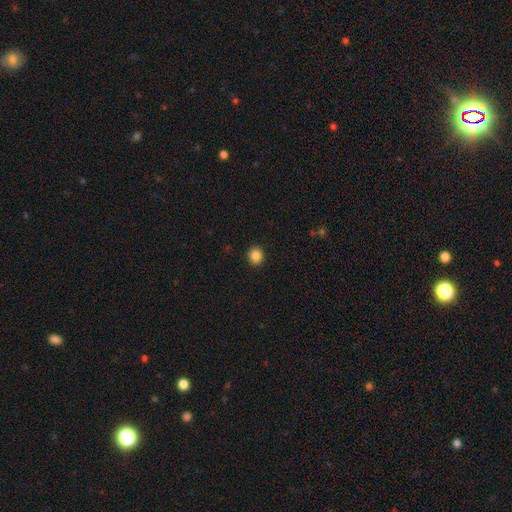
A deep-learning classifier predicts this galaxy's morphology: smooth 86%, star or artifact 10%, featured or disk 4%. Down the decision tree: how rounded — round (81%); merging — none (91%).